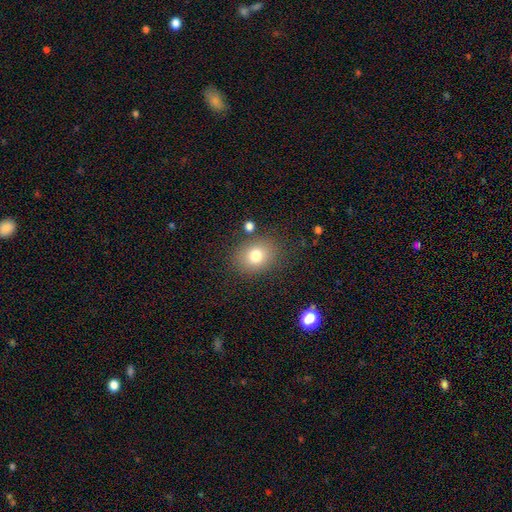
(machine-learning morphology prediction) Smooth or featured?
  - smooth: 78% *
  - star or artifact: 11%
  - featured or disk: 10%
How rounded?
  - round: 54% *
  - in between: 45%
  - cigar-shaped: 1%
Merging?
  - none: 80% *
  - minor disturbance: 12%
  - merger: 4%
  - major disturbance: 4%